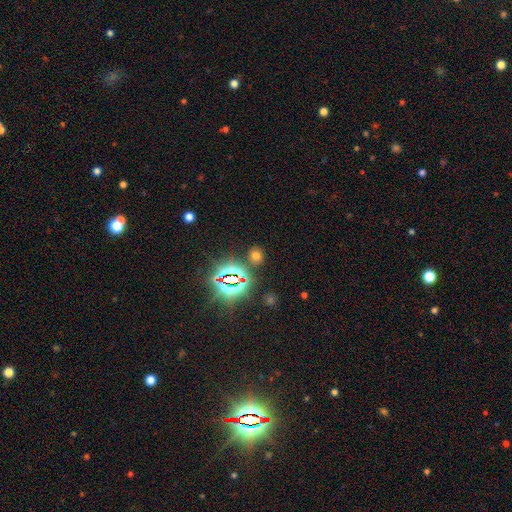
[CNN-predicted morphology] A smooth galaxy with no disk features (56%) that is round (68%). Merging: none (83%).